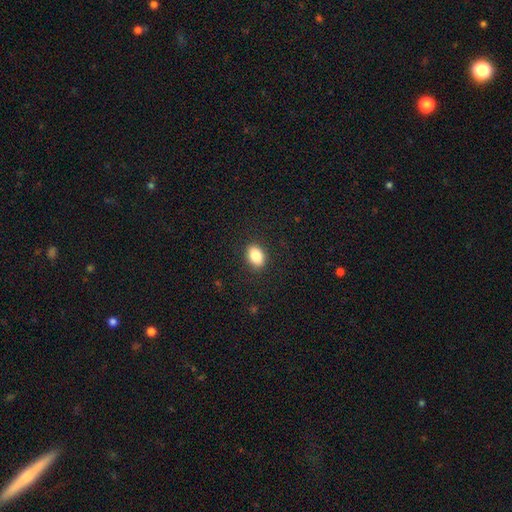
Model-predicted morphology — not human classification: Smooth or featured? smooth (85%)
How rounded? in between (80%)
Merging? none (88%)